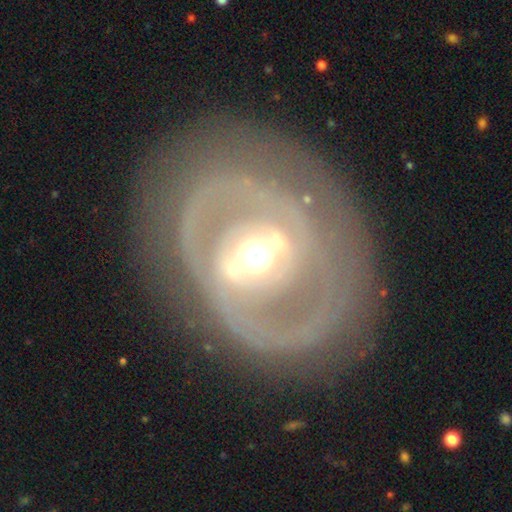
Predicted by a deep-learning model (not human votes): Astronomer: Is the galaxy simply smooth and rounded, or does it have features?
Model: featured or disk — 83%.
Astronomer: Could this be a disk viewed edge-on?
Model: no — 95%.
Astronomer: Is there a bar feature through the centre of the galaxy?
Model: strong — 36% (runner-up: no, 34%).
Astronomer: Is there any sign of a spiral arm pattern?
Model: yes — 65%.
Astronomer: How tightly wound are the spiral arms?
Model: tight — 47% (runner-up: medium, 34%).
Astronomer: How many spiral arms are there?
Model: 2 — 62%.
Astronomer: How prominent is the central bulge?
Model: moderate — 63%.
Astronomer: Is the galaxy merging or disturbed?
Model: none — 69%.